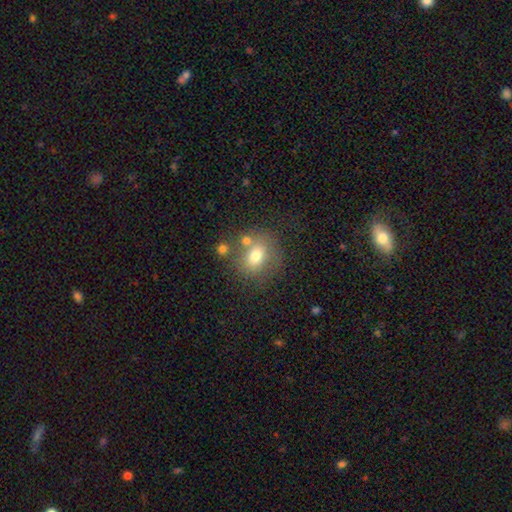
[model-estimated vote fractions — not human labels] smooth_or_featured: smooth (p=0.70) [alt: featured or disk p=0.17]
how_rounded: round (p=0.57) [alt: in between p=0.42]
merging: none (p=0.61) [alt: merger p=0.17]